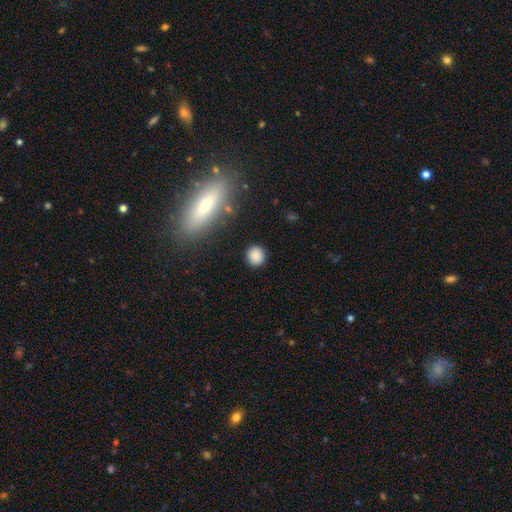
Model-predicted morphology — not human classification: Smooth or featured? Predicted: smooth (p=0.86). How rounded? Predicted: round (p=0.86). Merging? Predicted: none (p=0.89).